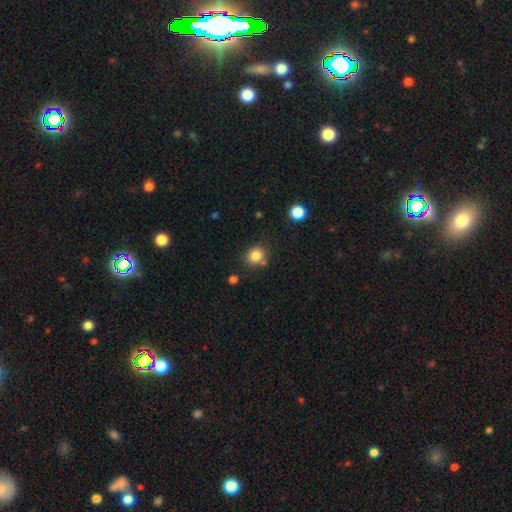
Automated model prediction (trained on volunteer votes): smooth-or-featured: smooth: 83% | star or artifact: 12% | featured or disk: 6%
  how-rounded: round: 80% | in between: 19% | cigar-shaped: 1%
  merging: none: 75% | minor disturbance: 12% | merger: 9% | major disturbance: 4%